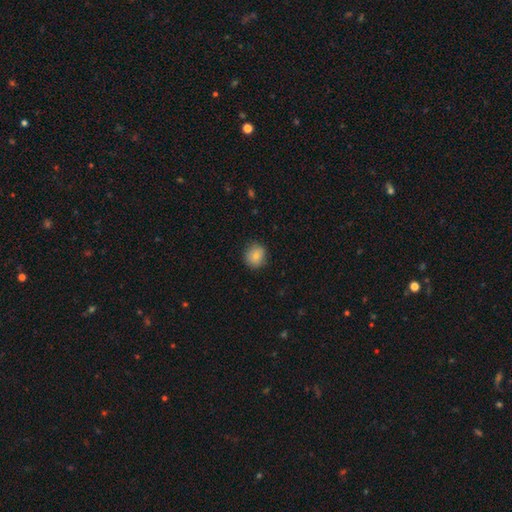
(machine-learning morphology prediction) A smooth galaxy with no disk features (80%) that is round (84%).

Vote fractions:
- Smooth or featured? smooth: 80% / featured or disk: 11% / star or artifact: 9%
- How rounded? round: 84% / in between: 15% / cigar-shaped: 1%
- Merging? none: 84% / minor disturbance: 12% / major disturbance: 3% / merger: 1%